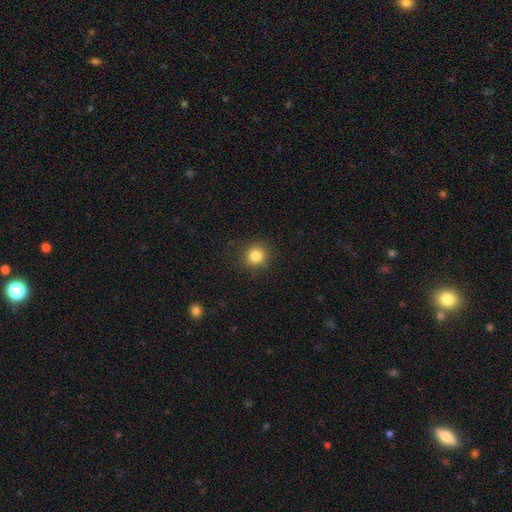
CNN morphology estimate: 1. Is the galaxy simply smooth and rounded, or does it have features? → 83% smooth, 12% star or artifact, 5% featured or disk.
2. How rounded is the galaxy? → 92% round, 7% in between, 1% cigar-shaped.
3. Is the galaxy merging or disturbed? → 90% none, 7% minor disturbance, 2% major disturbance, 1% merger.